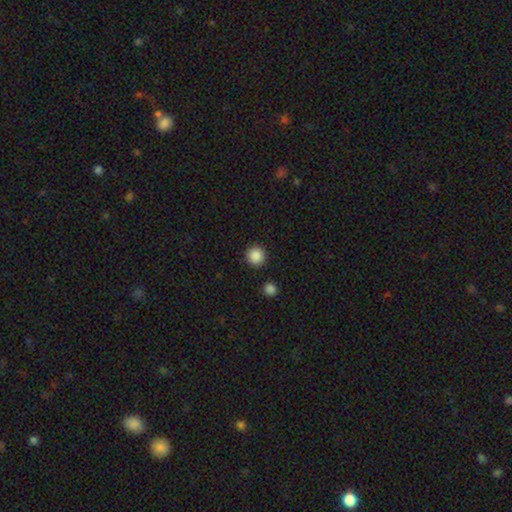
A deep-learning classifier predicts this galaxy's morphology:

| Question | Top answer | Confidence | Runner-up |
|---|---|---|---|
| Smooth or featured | smooth | 88% | star or artifact (9%) |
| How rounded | round | 95% | in between (4%) |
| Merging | none | 91% | minor disturbance (5%) |